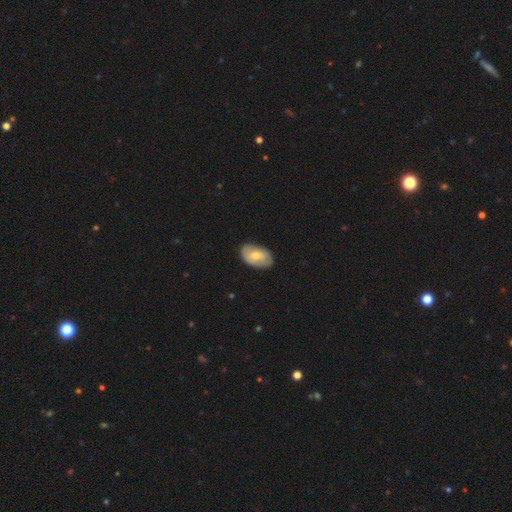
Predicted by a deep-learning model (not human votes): Morphology: type=smooth (61%); roundness=in between (91%); merging=none (78%).